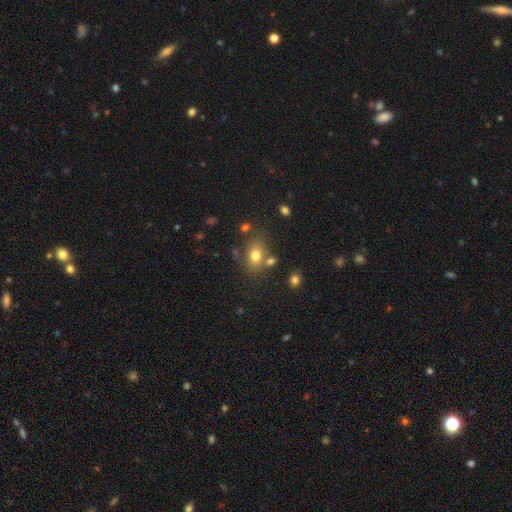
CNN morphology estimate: A smooth galaxy with no disk features (74%) that is in between round and cigar-shaped (66%). Merging: none (65%).